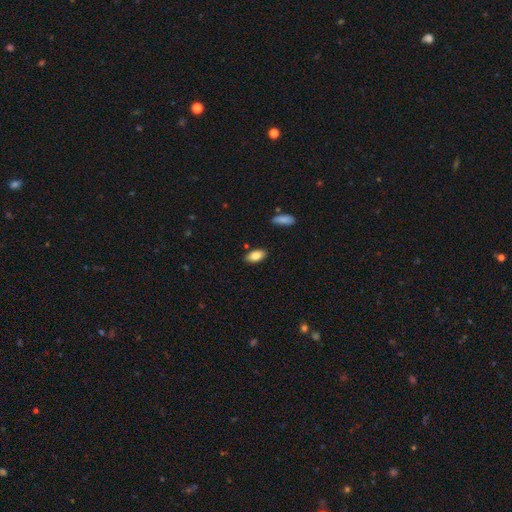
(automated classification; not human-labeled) Smooth or featured? Predicted: smooth (p=0.83). How rounded? Predicted: in between (p=0.92). Merging? Predicted: none (p=0.85).